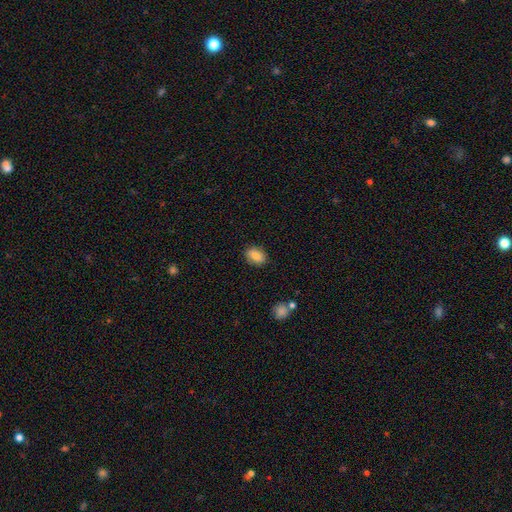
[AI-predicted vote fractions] Morphology: type=smooth (81%); roundness=in between (77%); merging=none (87%).